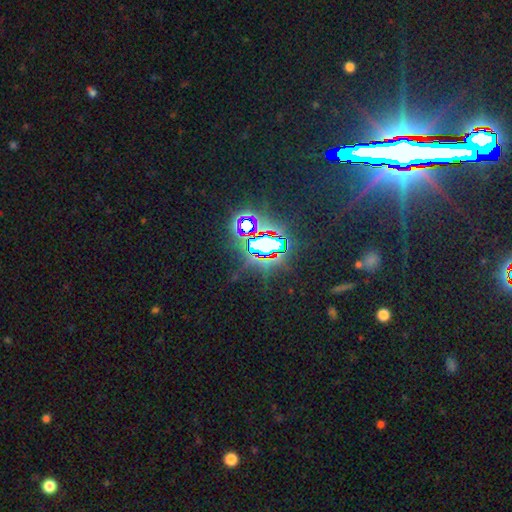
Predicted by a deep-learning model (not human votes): smooth-or-featured: star or artifact: 82% | smooth: 9% | featured or disk: 8%